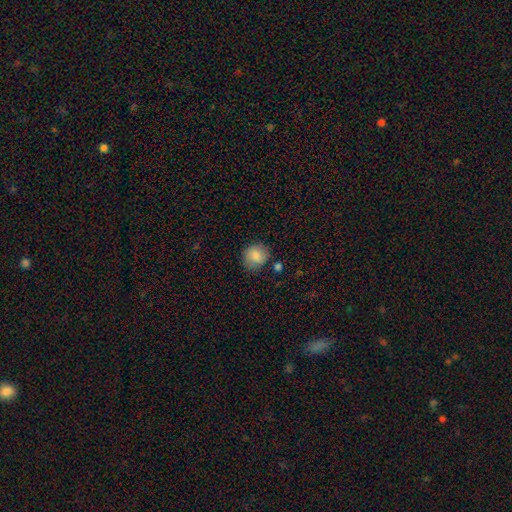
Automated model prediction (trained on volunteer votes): Smooth or featured? smooth (84%)
How rounded? round (86%)
Merging? none (77%)